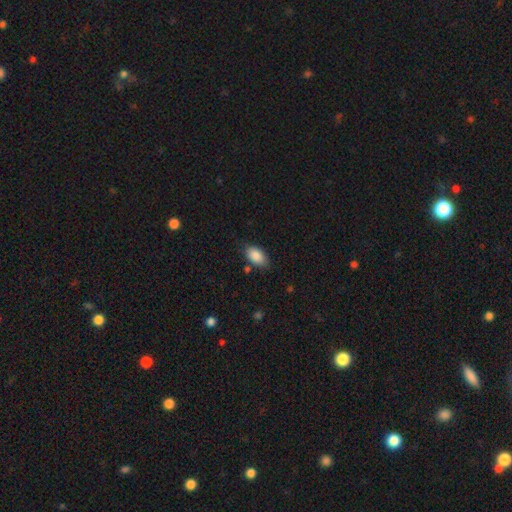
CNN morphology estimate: This appears to be a smooth galaxy with no disk features (88%) that is in between round and cigar-shaped (93%). Merging: none (77%).